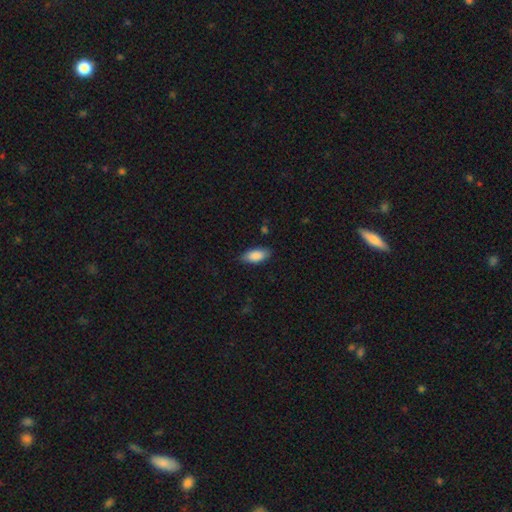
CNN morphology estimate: Smooth or featured: smooth — 88% (featured or disk — 6%)
How rounded: in between — 89% (cigar-shaped — 9%)
Merging: none — 85% (minor disturbance — 12%)